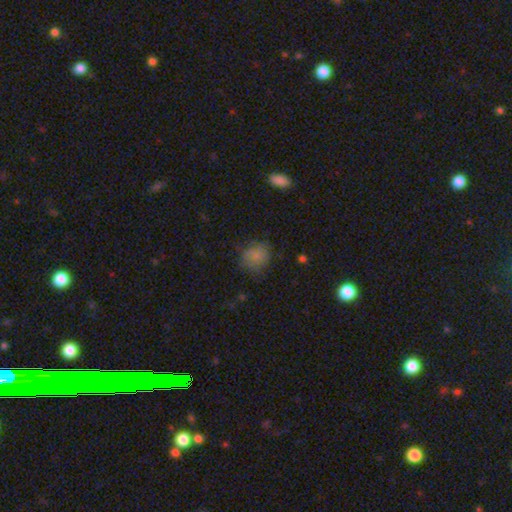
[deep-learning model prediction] Smooth or featured?
  - smooth: 73% *
  - featured or disk: 15%
  - star or artifact: 11%
How rounded?
  - round: 78% *
  - in between: 21%
  - cigar-shaped: 1%
Merging?
  - none: 67% *
  - minor disturbance: 22%
  - major disturbance: 9%
  - merger: 1%